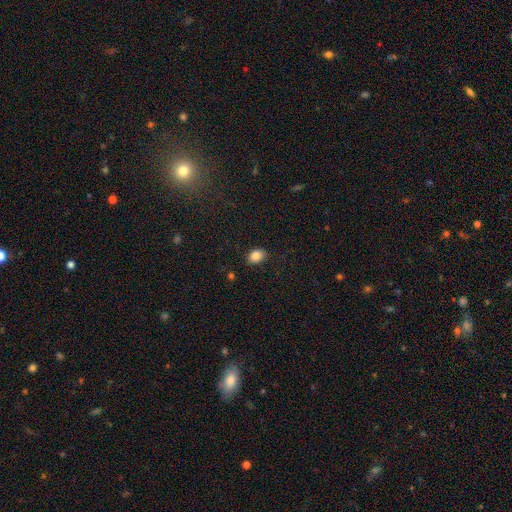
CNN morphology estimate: smooth_or_featured: smooth (p=0.85) [alt: star or artifact p=0.09]
how_rounded: in between (p=0.77) [alt: round p=0.22]
merging: none (p=0.86) [alt: minor disturbance p=0.10]